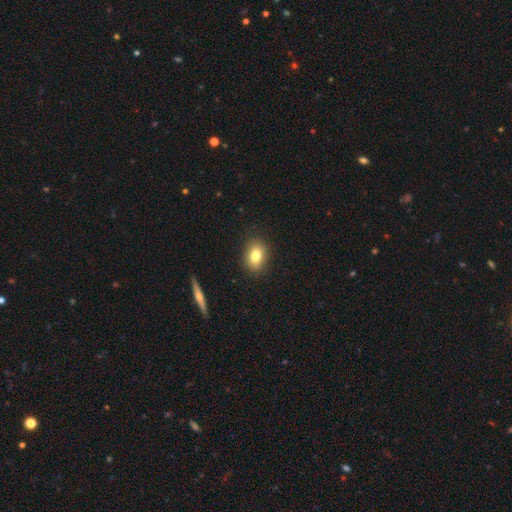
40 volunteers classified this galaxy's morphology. Smooth or featured?
  - smooth: 78% *
  - featured or disk: 12%
  - star or artifact: 10%
How rounded?
  - in between: 71% *
  - round: 29%
  - cigar-shaped: 0%
Merging?
  - none: 75% *
  - minor disturbance: 19%
  - major disturbance: 6%
  - merger: 0%